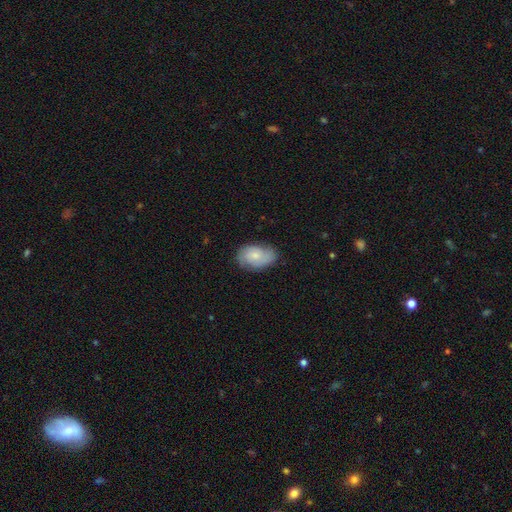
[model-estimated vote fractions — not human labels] Smooth or featured? Predicted: smooth (p=0.59). How rounded? Predicted: in between (p=0.88). Merging? Predicted: none (p=0.68).